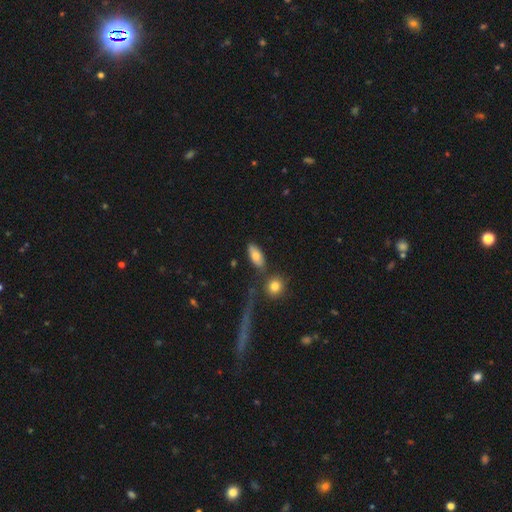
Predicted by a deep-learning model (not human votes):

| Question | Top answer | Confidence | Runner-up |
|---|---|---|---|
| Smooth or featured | smooth | 78% | featured or disk (14%) |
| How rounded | in between | 86% | cigar-shaped (11%) |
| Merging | none | 75% | minor disturbance (13%) |